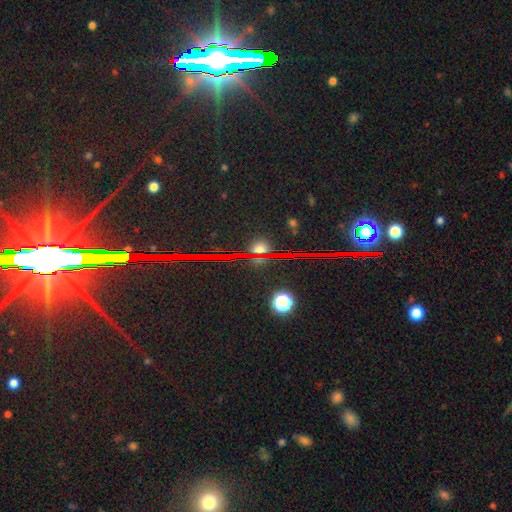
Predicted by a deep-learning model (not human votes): Smooth or featured: star or artifact — 84% (featured or disk — 9%)